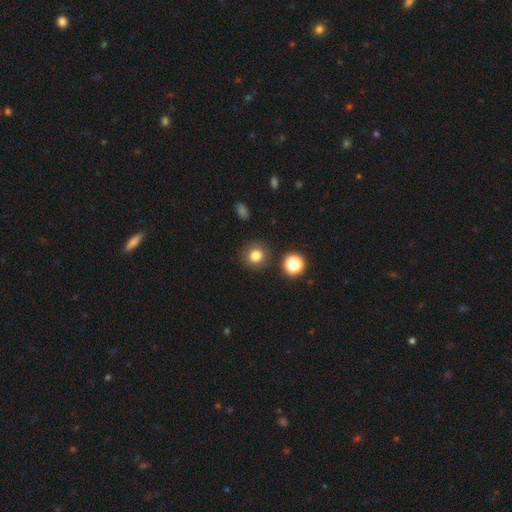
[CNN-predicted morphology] Smooth or featured? Predicted: smooth (p=0.80). How rounded? Predicted: round (p=0.90). Merging? Predicted: none (p=0.87).